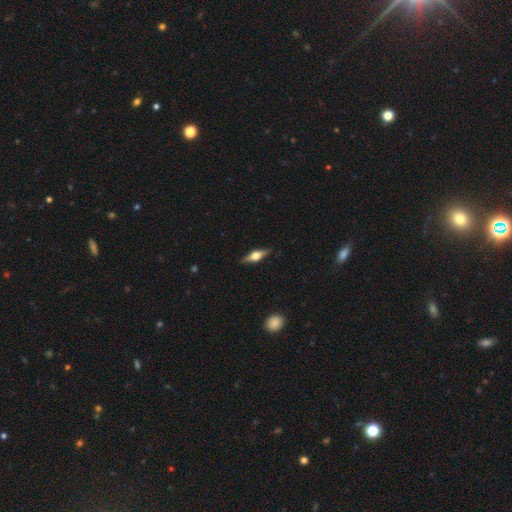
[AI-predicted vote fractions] Morphology: type=featured or disk (67%); edge-on=yes (96%); edge-on bulge=rounded (93%); merging=none (88%).